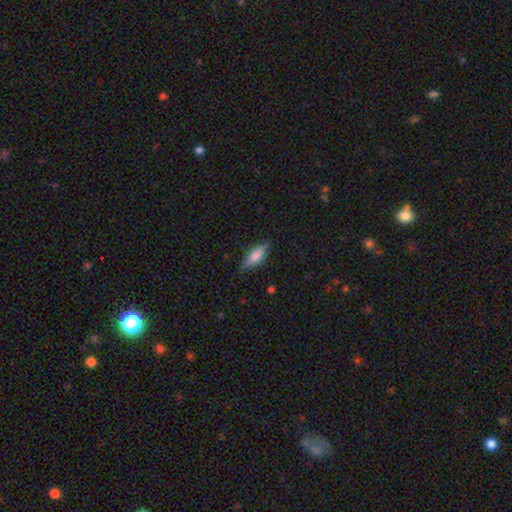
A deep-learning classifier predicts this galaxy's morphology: Overall: smooth (67%). How rounded: in between (62%; cigar-shaped 36%). Merging: none (80%).